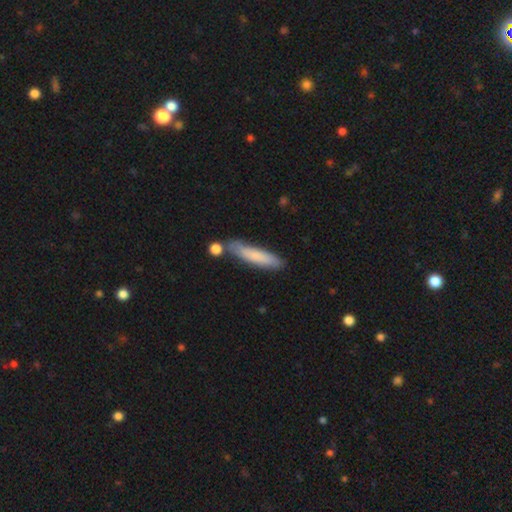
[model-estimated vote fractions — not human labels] Q: Smooth or featured?
A: smooth (75%); runner-up: featured or disk (19%)
Q: How rounded?
A: cigar-shaped (84%); runner-up: in between (14%)
Q: Merging?
A: none (68%); runner-up: minor disturbance (18%)